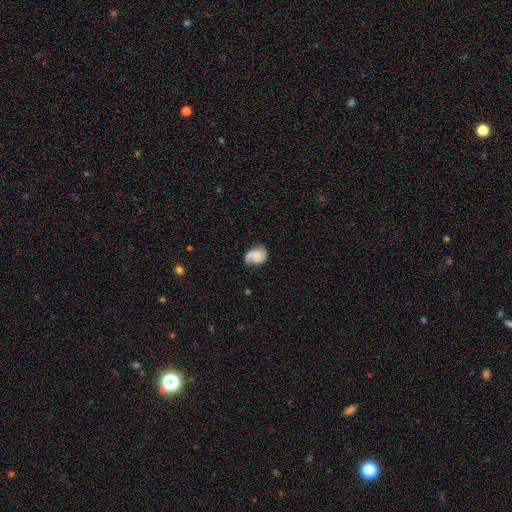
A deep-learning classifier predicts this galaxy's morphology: This appears to be a featured or disk galaxy (67%) with no bar (66%), 2 (71%) medium (44%) spiral arms (93%) and a small central bulge (44%). Merging: none (62%).